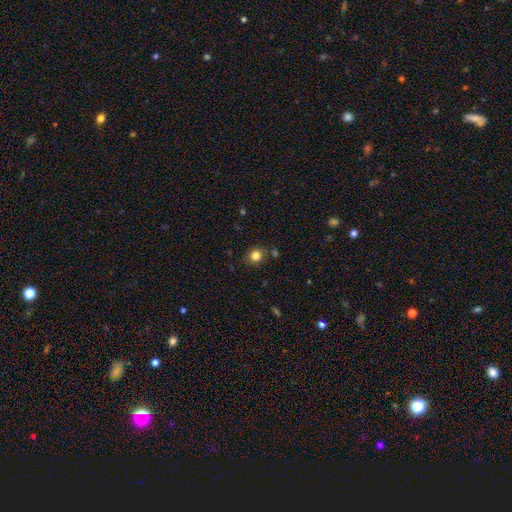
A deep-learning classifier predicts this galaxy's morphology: Overall: smooth (82%). How rounded: round (77%). Merging: none (82%).